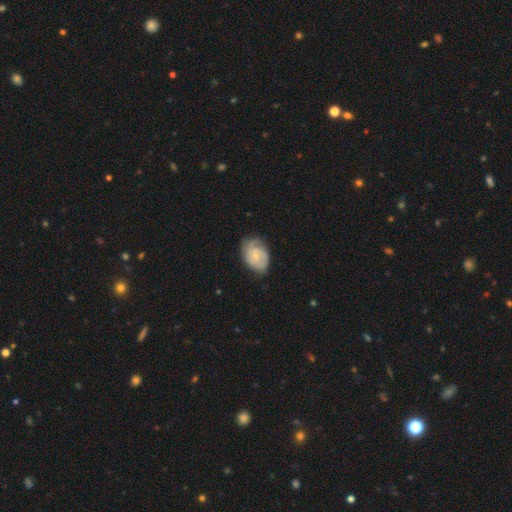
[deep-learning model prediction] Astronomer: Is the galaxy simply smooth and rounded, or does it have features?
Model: featured or disk — 73%.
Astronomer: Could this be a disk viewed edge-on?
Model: no — 98%.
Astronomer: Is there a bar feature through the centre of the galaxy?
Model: no — 56% (runner-up: weak, 39%).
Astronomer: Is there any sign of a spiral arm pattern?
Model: yes — 94%.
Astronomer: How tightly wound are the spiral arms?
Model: tight — 55% (runner-up: medium, 36%).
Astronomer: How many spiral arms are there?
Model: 2 — 52%.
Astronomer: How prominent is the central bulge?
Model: small — 65%.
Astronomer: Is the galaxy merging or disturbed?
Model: none — 73%.